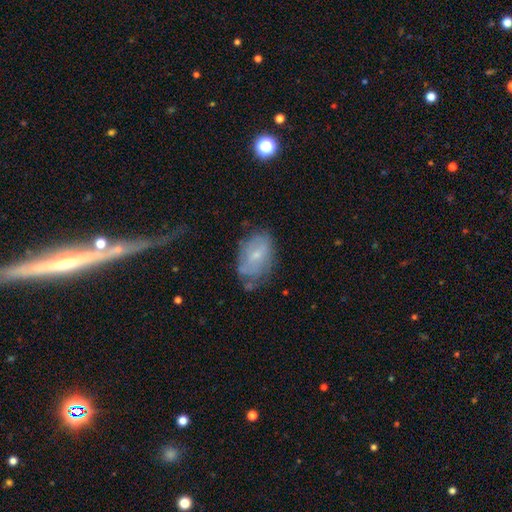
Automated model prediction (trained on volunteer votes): Morphology: type=featured or disk (49%); merging=none (55%).